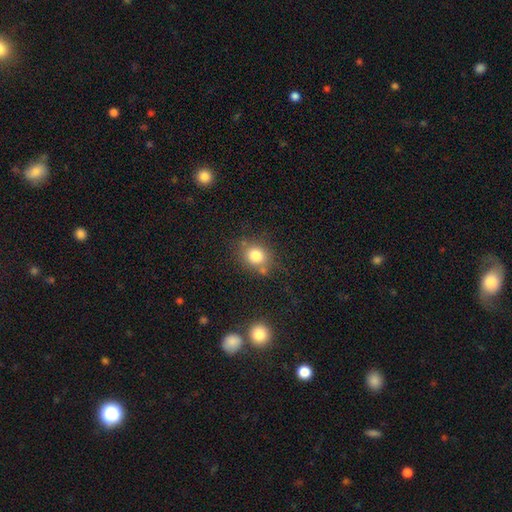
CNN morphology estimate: A smooth galaxy with no disk features (80%) that is round (72%).

Vote fractions:
- Smooth or featured? smooth: 80% / star or artifact: 12% / featured or disk: 8%
- How rounded? round: 72% / in between: 27% / cigar-shaped: 1%
- Merging? none: 69% / minor disturbance: 16% / merger: 10% / major disturbance: 6%